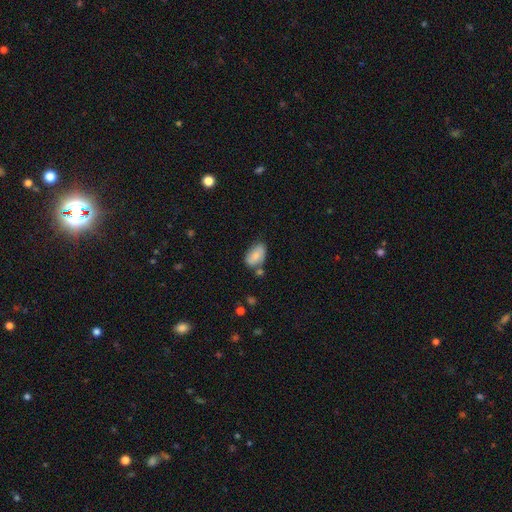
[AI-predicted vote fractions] Smooth or featured?
  - smooth: 78% *
  - featured or disk: 15%
  - star or artifact: 7%
How rounded?
  - in between: 92% *
  - round: 6%
  - cigar-shaped: 2%
Merging?
  - none: 54% *
  - minor disturbance: 26%
  - merger: 14%
  - major disturbance: 6%